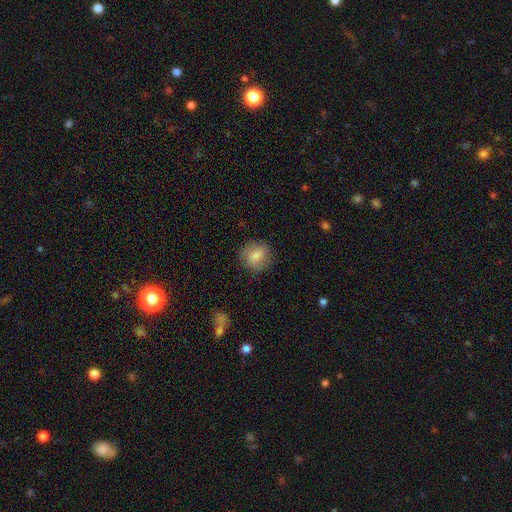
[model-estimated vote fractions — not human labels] A smooth galaxy with no disk features (76%) that is round (80%). Merging: none (83%).